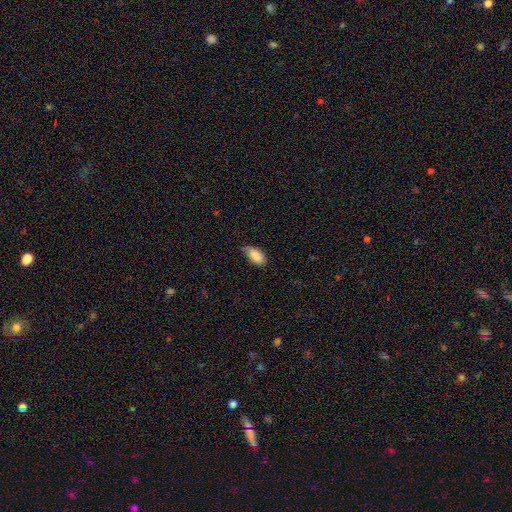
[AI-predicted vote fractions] smooth_or_featured: smooth (p=0.86) [alt: featured or disk p=0.08]
how_rounded: in between (p=0.93) [alt: cigar-shaped p=0.04]
merging: none (p=0.66) [alt: minor disturbance p=0.28]